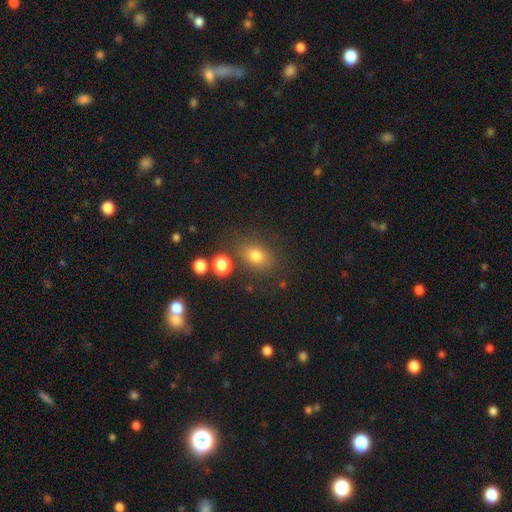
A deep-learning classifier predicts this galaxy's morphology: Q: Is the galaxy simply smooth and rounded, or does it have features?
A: smooth — 77%.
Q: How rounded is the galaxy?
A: in between — 64%.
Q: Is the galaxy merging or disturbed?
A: none — 77%.